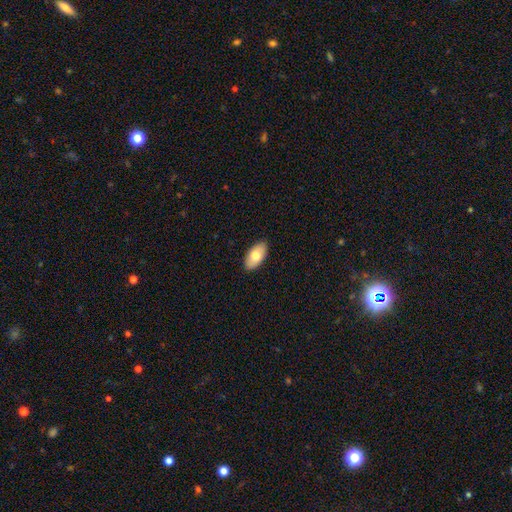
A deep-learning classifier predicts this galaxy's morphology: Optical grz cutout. It shows a smooth galaxy with no disk features (77%) that is in between round and cigar-shaped (95%). Merging: none (89%).